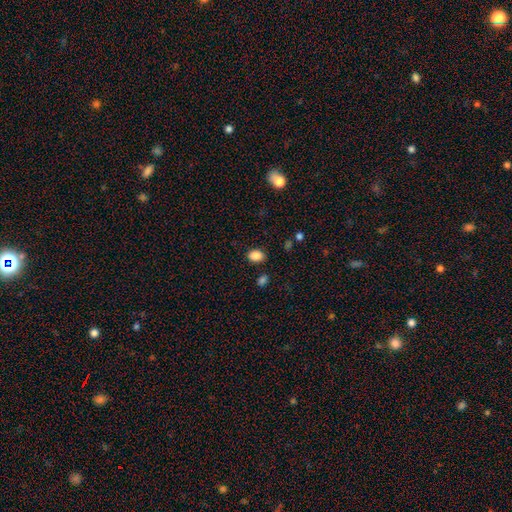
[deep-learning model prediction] A smooth galaxy with no disk features (88%) that is in between round and cigar-shaped (79%).

Vote fractions:
- Smooth or featured? smooth: 88% / star or artifact: 9% / featured or disk: 3%
- How rounded? in between: 79% / round: 20% / cigar-shaped: 1%
- Merging? none: 85% / minor disturbance: 10% / major disturbance: 3% / merger: 3%